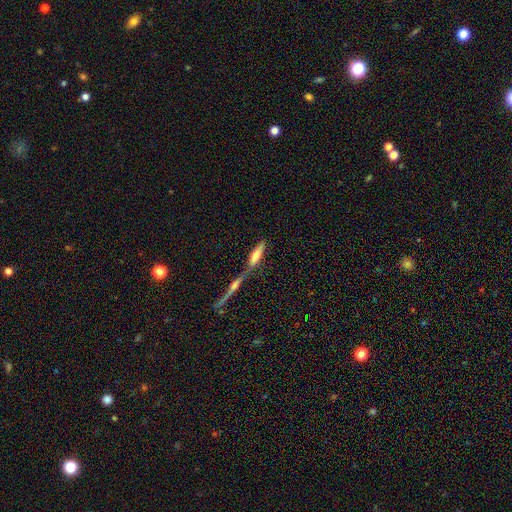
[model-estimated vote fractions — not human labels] A smooth galaxy with no disk features (53%) that is cigar-shaped (61%).

Vote fractions:
- Smooth or featured? smooth: 53% / featured or disk: 37% / star or artifact: 9%
- How rounded? cigar-shaped: 61% / in between: 36% / round: 3%
- Merging? merger: 44% / none: 42% / minor disturbance: 10% / major disturbance: 4%